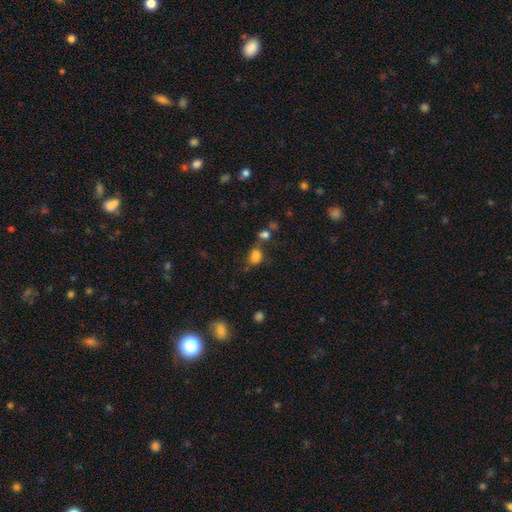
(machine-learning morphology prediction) Smooth or featured? Predicted: smooth (p=0.77). How rounded? Predicted: in between (p=0.67). Merging? Predicted: none (p=0.49).